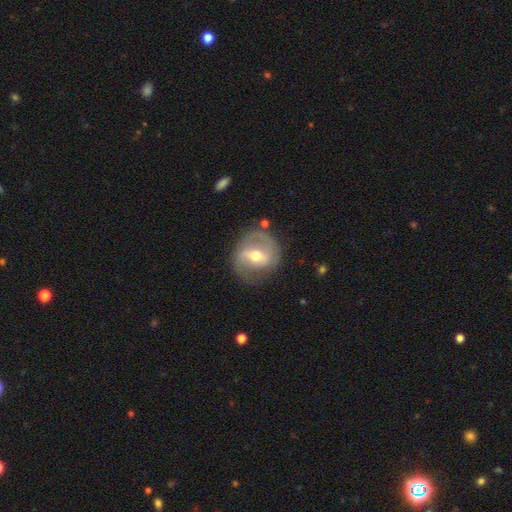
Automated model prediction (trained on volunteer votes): A featured or disk galaxy (72%) with a weak bar (45%), 2 (81%) medium (47%) spiral arms (79%) and a moderate central bulge (69%).

Vote fractions:
- Smooth or featured? featured or disk: 72% / smooth: 22% / star or artifact: 6%
- Edge-on disk? no: 96% / yes: 4%
- Bar? weak: 45% / strong: 35% / no: 20%
- Spiral arms? yes: 79% / no: 21%
- Spiral winding? medium: 47% / loose: 28% / tight: 24%
- Spiral arm count? 2: 81% / can't tell: 9% / 1: 6% / 3: 2% / 4: 1% / more than 4: 1%
- Bulge size? moderate: 69% / small: 24% / large: 5% / none: 1% / dominant: 1%
- Merging? none: 72% / minor disturbance: 17% / major disturbance: 9% / merger: 2%